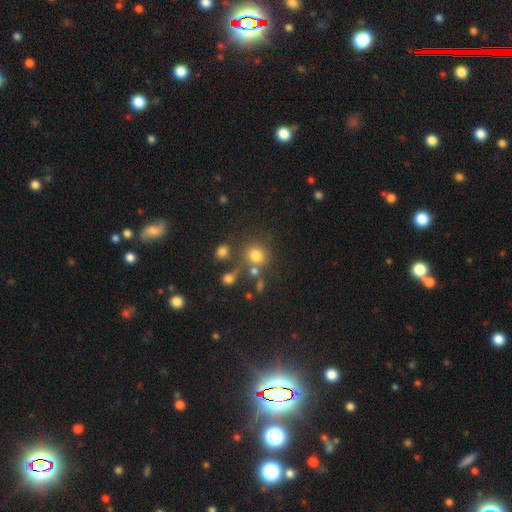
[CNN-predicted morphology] Smooth or featured? Predicted: smooth (p=0.75). How rounded? Predicted: round (p=0.85). Merging? Predicted: none (p=0.62).